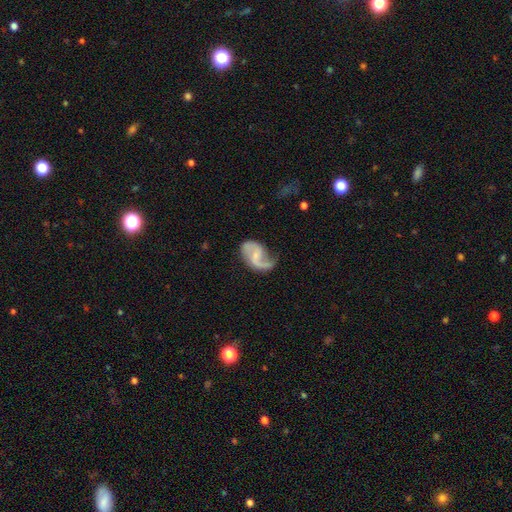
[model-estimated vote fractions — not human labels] featured or disk 83%, smooth 12%, star or artifact 5%. Down the decision tree: edge-on disk — no (98%); bar — weak (46%); spiral arms — yes (95%); spiral arm count — 2 (74%); spiral winding — loose (57%); bulge size — small (53%); merging — none (52%).